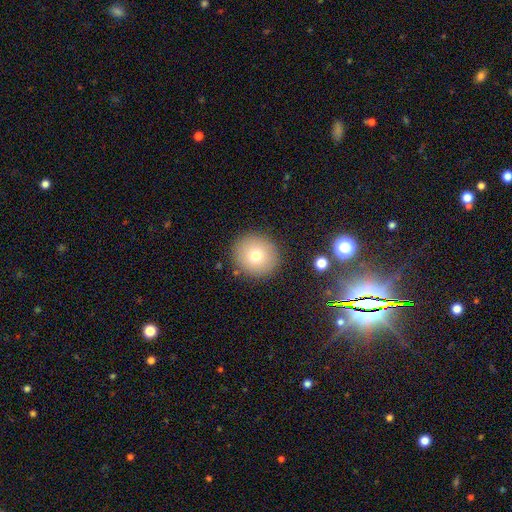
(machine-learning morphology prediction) Overall: smooth (75%). How rounded: round (93%). Merging: none (89%).